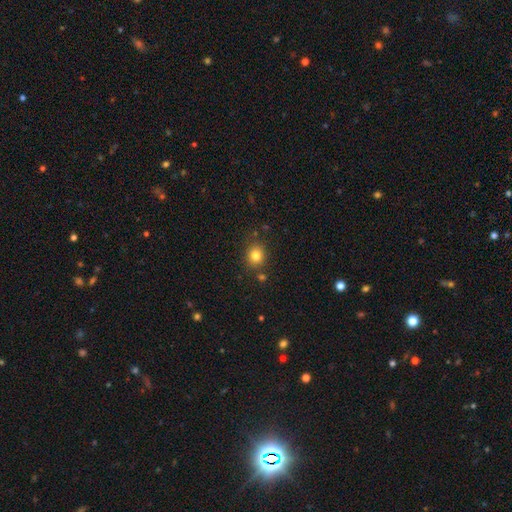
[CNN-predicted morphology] The model was most divided on "how rounded": round: 81%, in between: 18%, cigar-shaped: 1%. More confident: merging — none (83%); smooth or featured — smooth (81%).